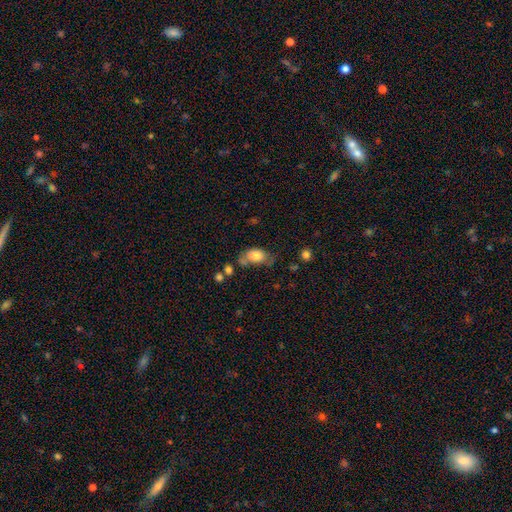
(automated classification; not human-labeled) smooth-or-featured: smooth: 77% | featured or disk: 15% | star or artifact: 8%
  how-rounded: in between: 87% | round: 11% | cigar-shaped: 2%
  merging: none: 38% | minor disturbance: 30% | major disturbance: 17% | merger: 15%